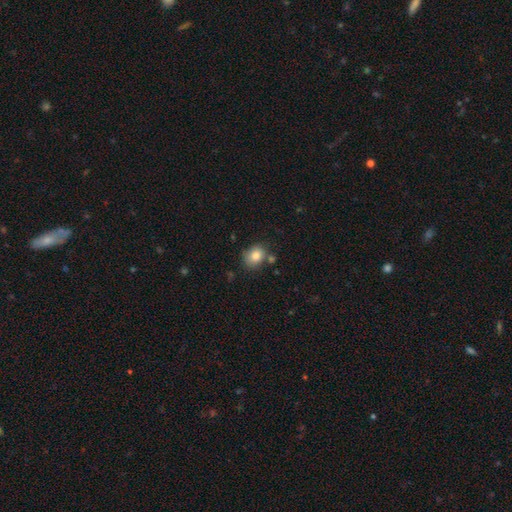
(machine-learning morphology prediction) Smooth or featured: smooth — 82% (star or artifact — 9%)
How rounded: round — 54% (in between — 45%)
Merging: none — 69% (minor disturbance — 17%)